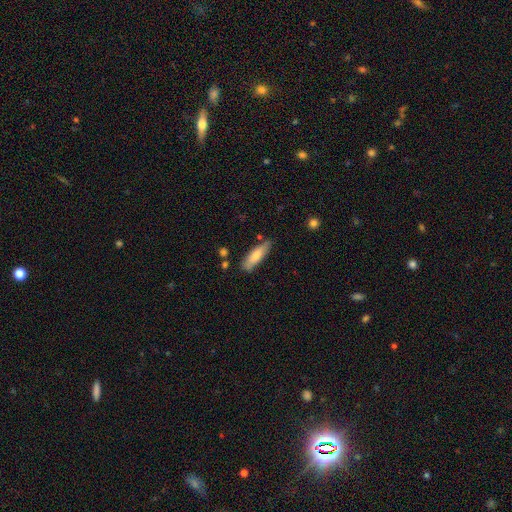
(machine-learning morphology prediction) smooth_or_featured: smooth (p=0.74) [alt: featured or disk p=0.21]
how_rounded: cigar-shaped (p=0.59) [alt: in between p=0.40]
merging: none (p=0.79) [alt: minor disturbance p=0.15]